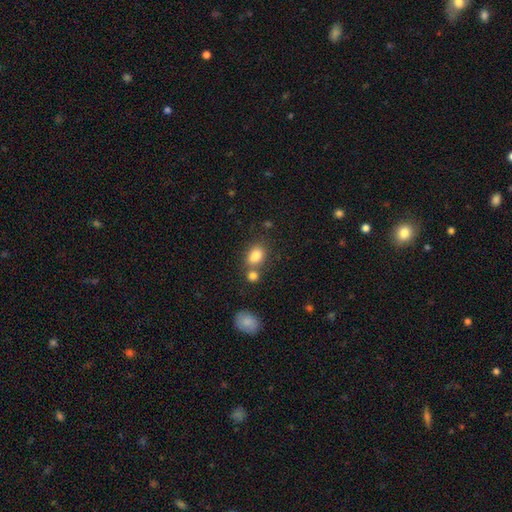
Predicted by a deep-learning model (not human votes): This appears to be a smooth galaxy with no disk features (81%) that is in between round and cigar-shaped (64%). Merging: none (51%).